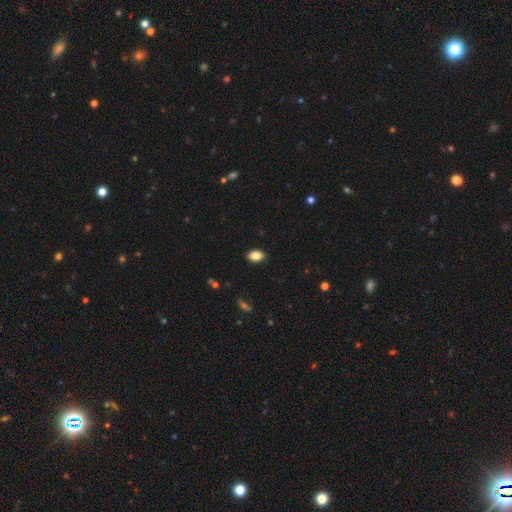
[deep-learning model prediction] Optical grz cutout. It shows a smooth galaxy with no disk features (85%) that is in between round and cigar-shaped (87%). Merging: none (89%).